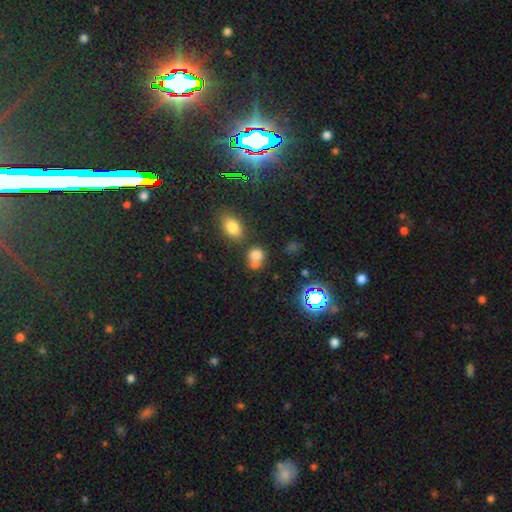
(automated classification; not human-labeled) Smooth or featured? Predicted: smooth (p=0.72). How rounded? Predicted: round (p=0.61). Merging? Predicted: merger (p=0.41, tied with none).